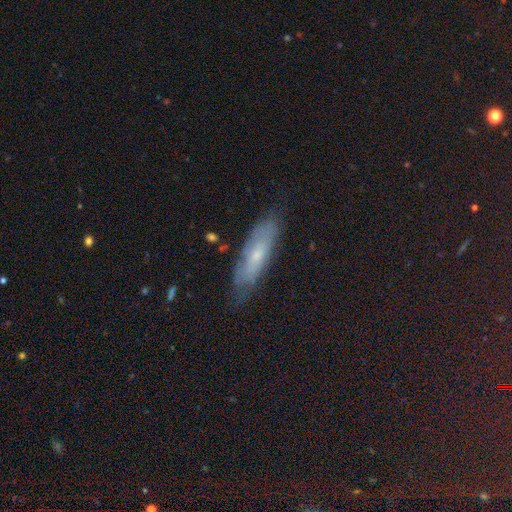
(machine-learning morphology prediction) A featured or disk galaxy (41%).

Vote fractions:
- Smooth or featured? featured or disk: 41% / smooth: 34% / star or artifact: 26%
- Merging? none: 79% / minor disturbance: 16% / major disturbance: 3% / merger: 2%